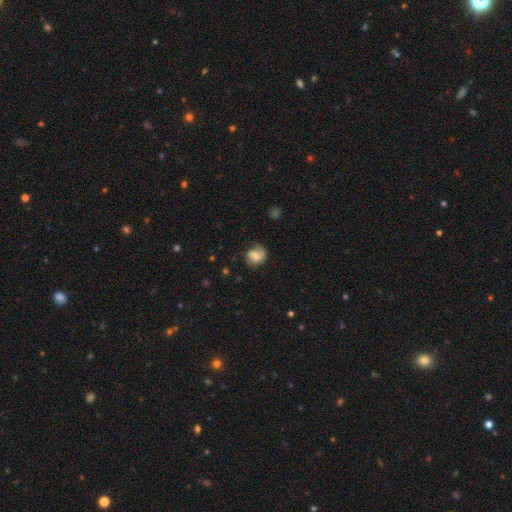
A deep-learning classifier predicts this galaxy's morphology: Smooth or featured?
  - featured or disk: 51% *
  - smooth: 40%
  - star or artifact: 8%
Edge-on disk?
  - no: 97% *
  - yes: 3%
Merging?
  - none: 62% *
  - minor disturbance: 24%
  - major disturbance: 13%
  - merger: 2%